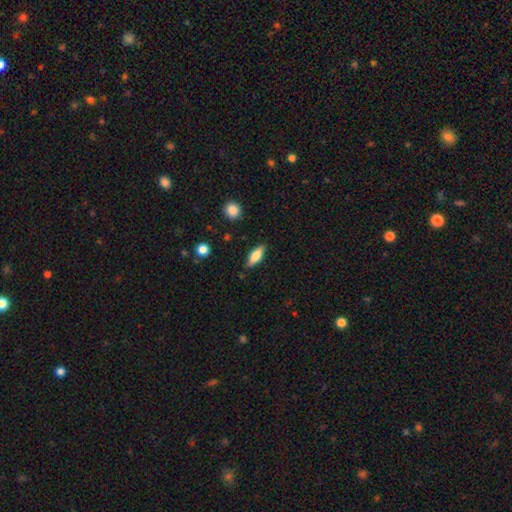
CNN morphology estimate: A smooth galaxy with no disk features (70%) that is in between round and cigar-shaped (65%). Merging: none (84%).